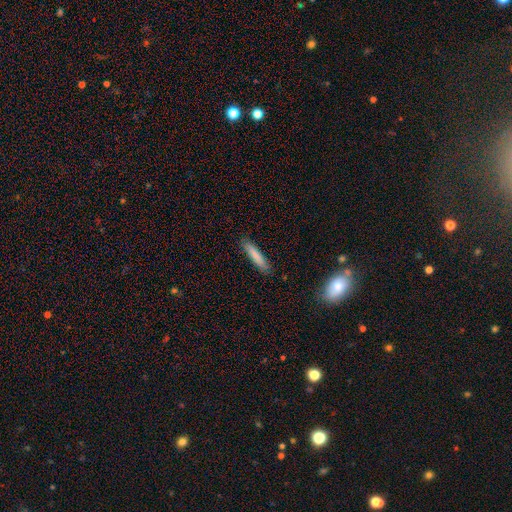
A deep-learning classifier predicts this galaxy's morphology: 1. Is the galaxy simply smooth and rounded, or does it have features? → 83% smooth, 11% featured or disk, 6% star or artifact.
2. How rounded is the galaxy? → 88% cigar-shaped, 11% in between, 1% round.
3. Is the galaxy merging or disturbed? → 86% none, 11% minor disturbance, 2% major disturbance, 1% merger.